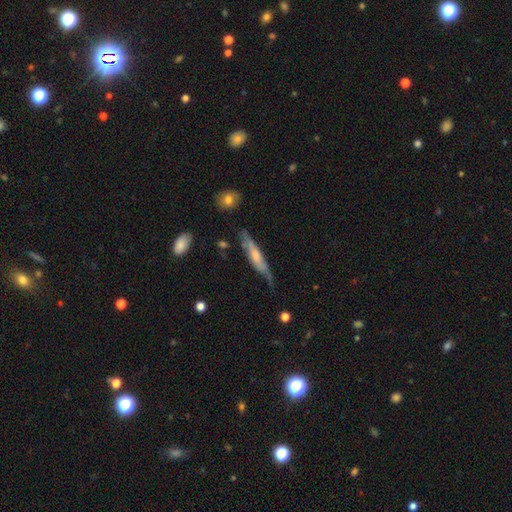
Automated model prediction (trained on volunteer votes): Smooth or featured?
  - featured or disk: 56% *
  - smooth: 38%
  - star or artifact: 6%
Edge-on disk?
  - yes: 67% *
  - no: 33%
Merging?
  - none: 52% *
  - minor disturbance: 32%
  - major disturbance: 12%
  - merger: 4%